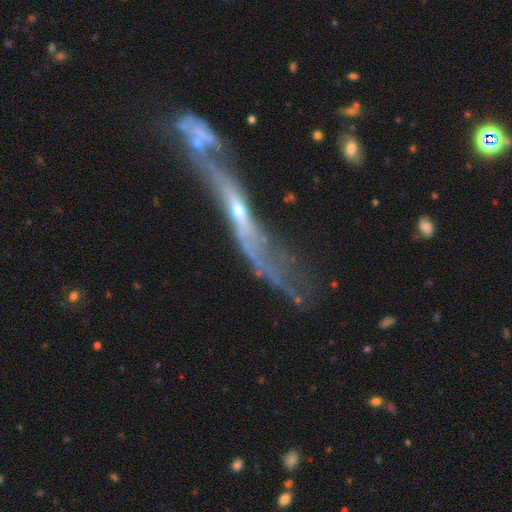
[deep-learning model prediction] Smooth or featured?
  - featured or disk: 75% *
  - smooth: 14%
  - star or artifact: 11%
Edge-on disk?
  - yes: 56% *
  - no: 44%
Merging?
  - merger: 38% *
  - none: 27%
  - major disturbance: 19%
  - minor disturbance: 15%